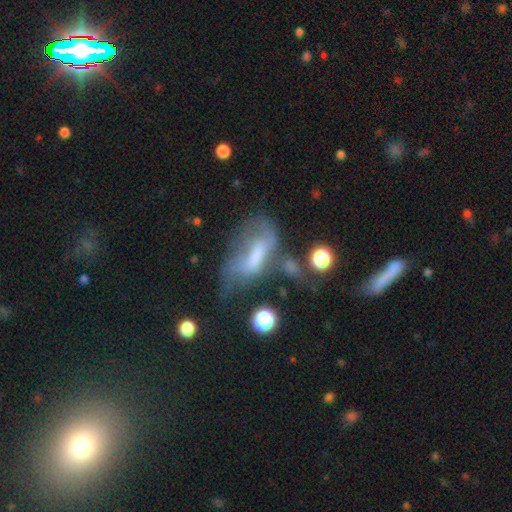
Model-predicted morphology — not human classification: Smooth or featured?
  - featured or disk: 46% *
  - smooth: 42%
  - star or artifact: 13%
Merging?
  - major disturbance: 39% *
  - none: 24%
  - minor disturbance: 22%
  - merger: 15%